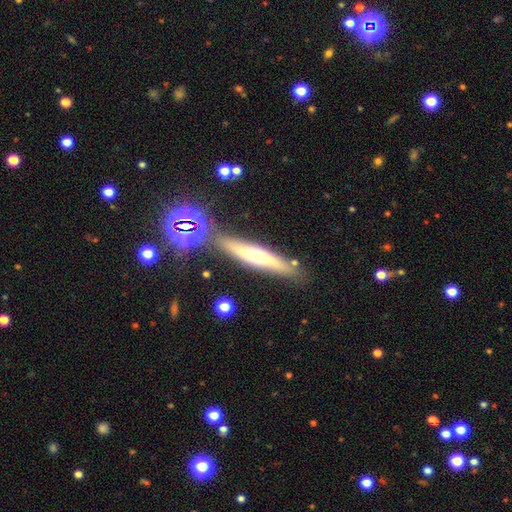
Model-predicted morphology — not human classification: Q: Smooth or featured?
A: featured or disk (53%); runner-up: smooth (37%)
Q: Edge-on disk?
A: yes (86%); runner-up: no (14%)
Q: Merging?
A: none (78%); runner-up: minor disturbance (12%)